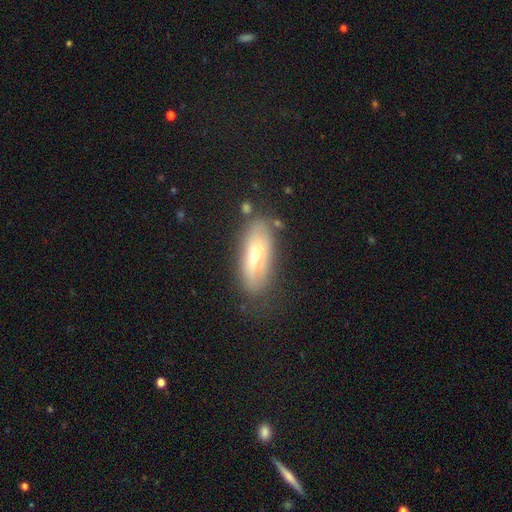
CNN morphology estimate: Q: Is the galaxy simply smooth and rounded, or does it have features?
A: smooth — 53%.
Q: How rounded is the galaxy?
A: in between — 73%.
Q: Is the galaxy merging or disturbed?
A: none — 72%.